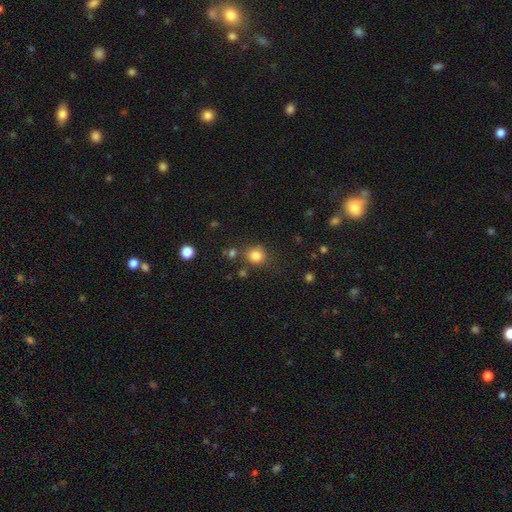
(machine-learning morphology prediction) This is clearly a smooth galaxy (82%). How rounded: clearly round (86%). Merging: likely none (78%).